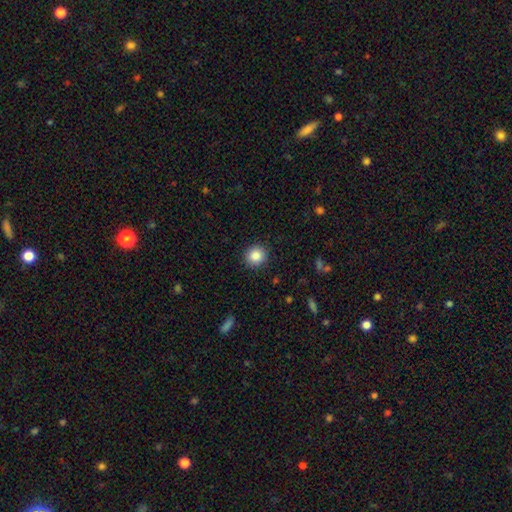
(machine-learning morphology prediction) smooth 87%, star or artifact 9%, featured or disk 4%. Down the decision tree: how rounded — round (90%); merging — none (91%).